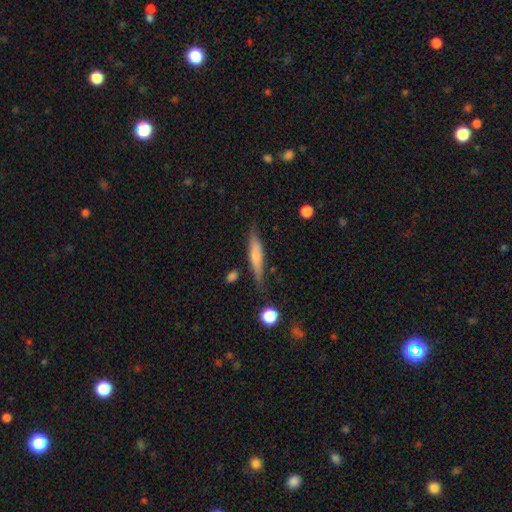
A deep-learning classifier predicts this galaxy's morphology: A smooth galaxy with no disk features (50%) that is cigar-shaped (88%). Merging: none (81%).